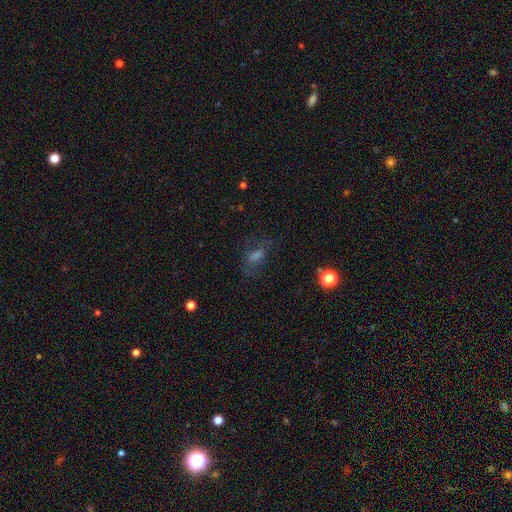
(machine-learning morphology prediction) Overall: smooth (42%; featured or disk 30%). Merging: none (63%).